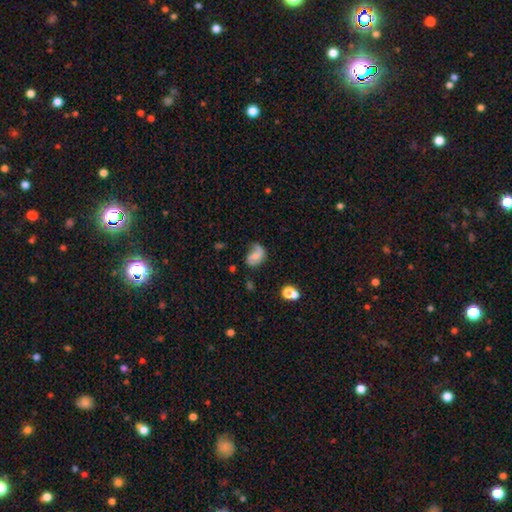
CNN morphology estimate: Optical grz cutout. It shows a smooth galaxy with no disk features (45%). Merging: none (45%).